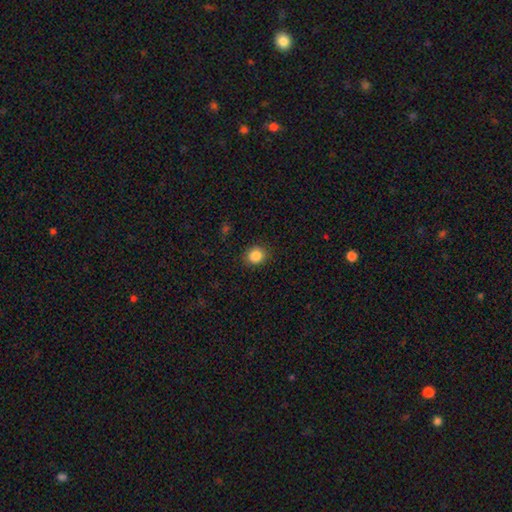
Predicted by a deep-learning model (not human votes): This is clearly a smooth galaxy (87%). How rounded: likely round (80%). Merging: clearly none (88%).